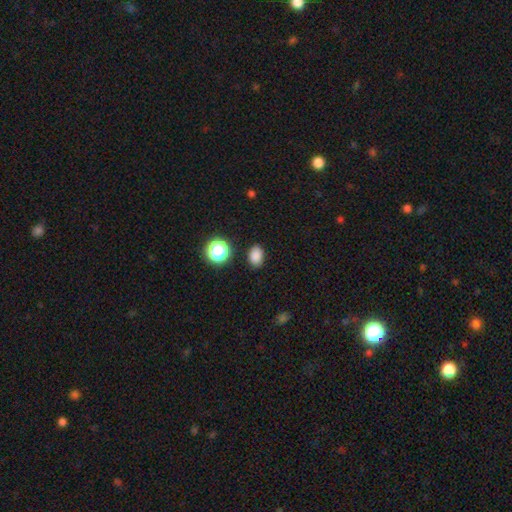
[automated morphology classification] This is clearly a smooth galaxy (84%). How rounded: likely in between (76%). Merging: clearly none (87%).